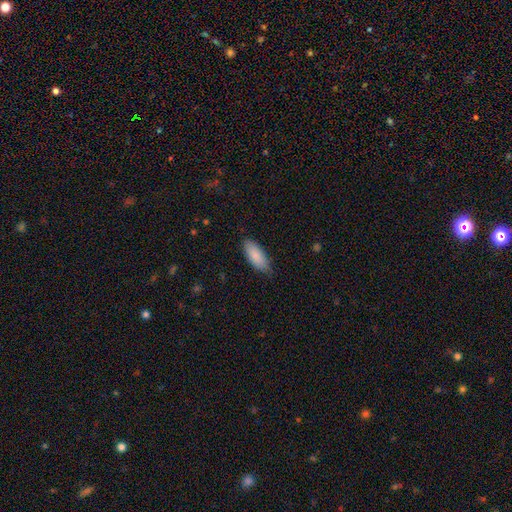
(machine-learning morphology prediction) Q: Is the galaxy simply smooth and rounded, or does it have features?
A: smooth — 88%.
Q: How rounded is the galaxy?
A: in between — 81%.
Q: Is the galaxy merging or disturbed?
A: none — 80%.